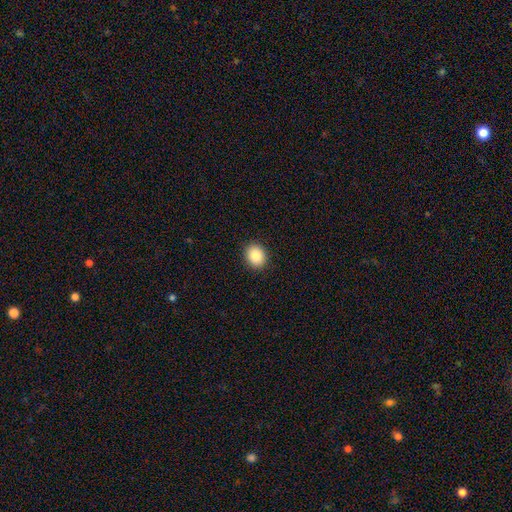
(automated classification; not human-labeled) smooth_or_featured: smooth (p=0.86) [alt: star or artifact p=0.09]
how_rounded: round (p=0.64) [alt: in between p=0.36]
merging: none (p=0.91) [alt: minor disturbance p=0.06]